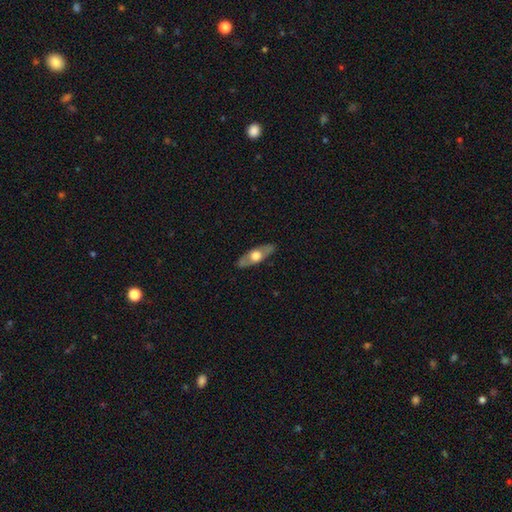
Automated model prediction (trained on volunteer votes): smooth-or-featured: featured or disk: 52% | smooth: 43% | star or artifact: 5%
  disk-edge-on: yes: 59% | no: 41%
  merging: none: 86% | minor disturbance: 11% | major disturbance: 2% | merger: 1%